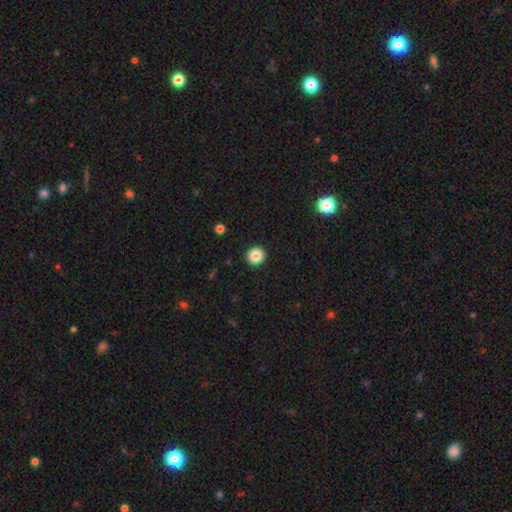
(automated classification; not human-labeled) Smooth or featured?
  - smooth: 84% *
  - star or artifact: 10%
  - featured or disk: 6%
How rounded?
  - round: 95% *
  - in between: 4%
  - cigar-shaped: 1%
Merging?
  - none: 93% *
  - minor disturbance: 4%
  - major disturbance: 1%
  - merger: 1%